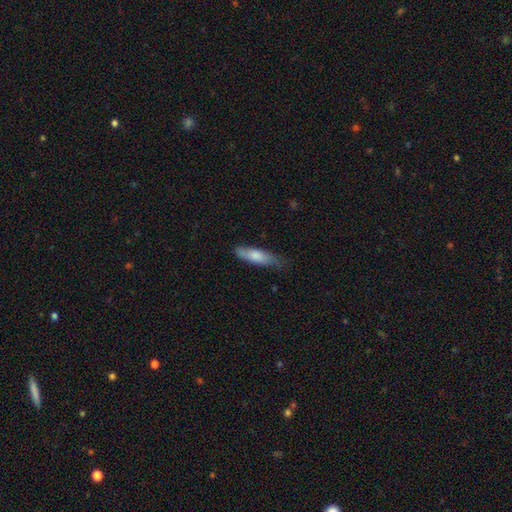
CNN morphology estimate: Smooth or featured? smooth (74%)
How rounded? cigar-shaped (54%)
Merging? none (66%)